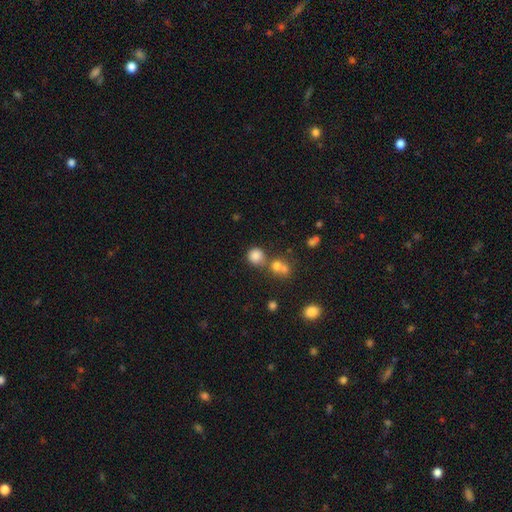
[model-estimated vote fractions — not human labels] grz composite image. It shows a smooth galaxy with no disk features (80%) that is round (88%). Merging: none (63%).